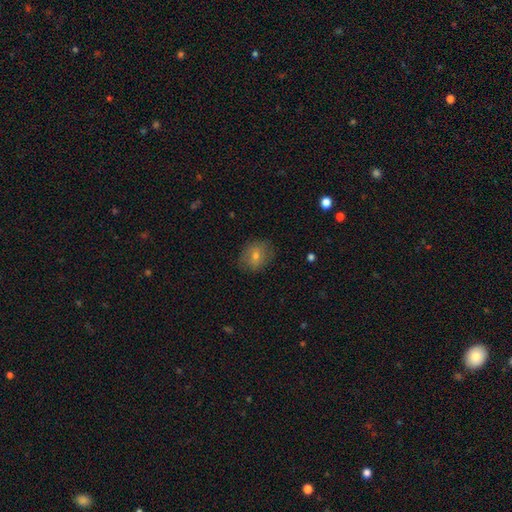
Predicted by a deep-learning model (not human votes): Smooth or featured? Predicted: smooth (p=0.60). How rounded? Predicted: round (p=0.58). Merging? Predicted: none (p=0.80).